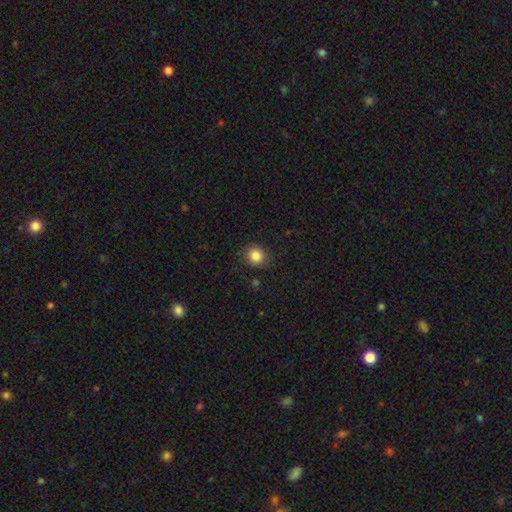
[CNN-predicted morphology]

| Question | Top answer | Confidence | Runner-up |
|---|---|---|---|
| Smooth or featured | smooth | 85% | star or artifact (11%) |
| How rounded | round | 87% | in between (12%) |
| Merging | none | 87% | minor disturbance (9%) |